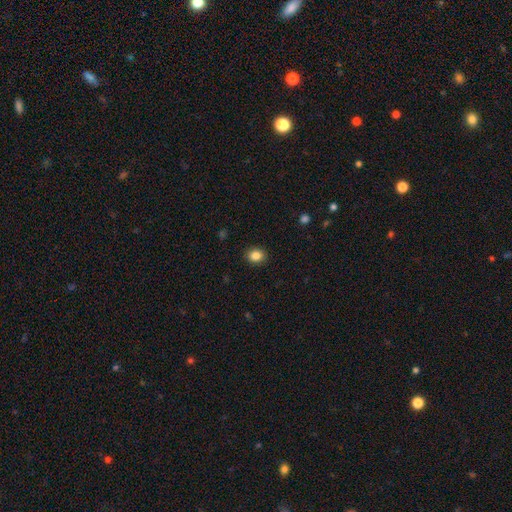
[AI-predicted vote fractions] Overall: smooth (85%). How rounded: round (61%; in between 38%). Merging: none (90%).